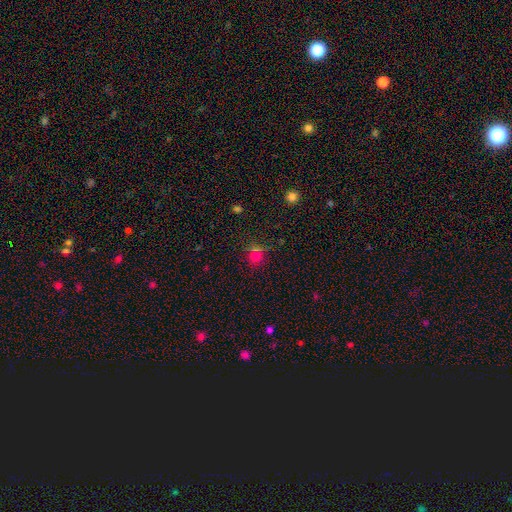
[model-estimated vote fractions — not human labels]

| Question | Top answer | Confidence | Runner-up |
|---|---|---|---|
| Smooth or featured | smooth | 68% | star or artifact (24%) |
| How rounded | round | 82% | in between (17%) |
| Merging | none | 67% | merger (16%) |